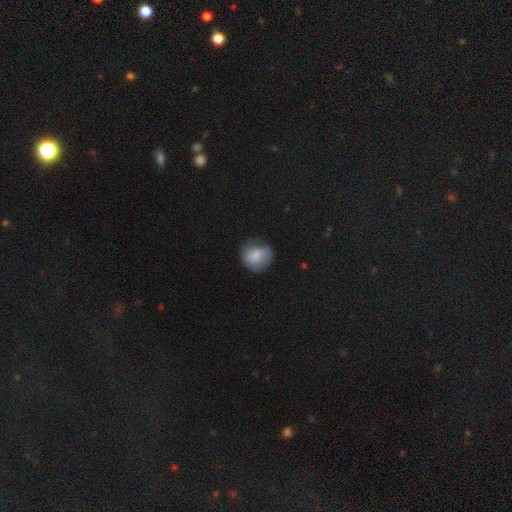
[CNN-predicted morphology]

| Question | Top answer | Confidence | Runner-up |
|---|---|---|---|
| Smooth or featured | smooth | 69% | featured or disk (24%) |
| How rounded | round | 82% | in between (17%) |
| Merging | none | 65% | minor disturbance (25%) |